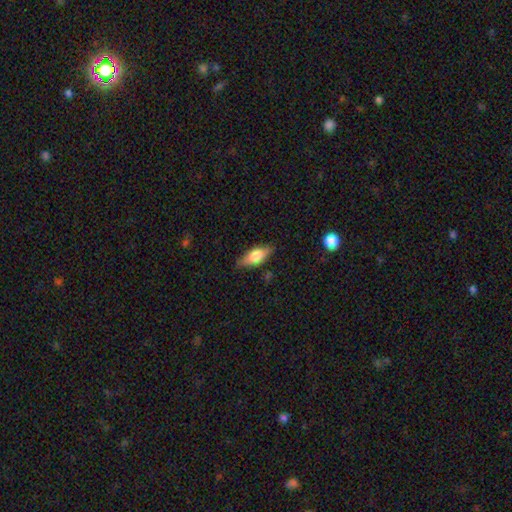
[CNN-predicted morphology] type=smooth (63%); roundness=in between (74%); merging=none (80%).